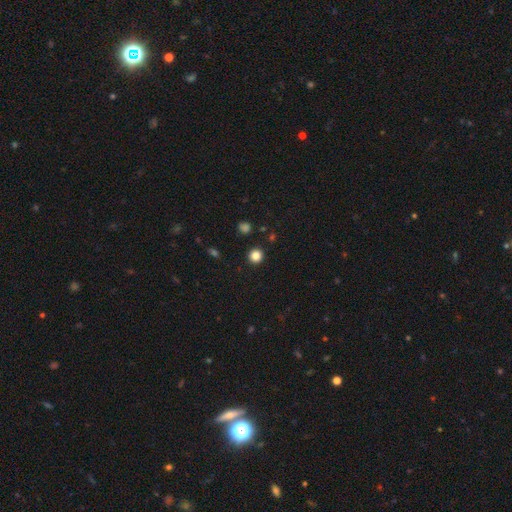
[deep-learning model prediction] Smooth or featured?
  - smooth: 84% *
  - star or artifact: 12%
  - featured or disk: 4%
How rounded?
  - round: 94% *
  - in between: 5%
  - cigar-shaped: 1%
Merging?
  - none: 92% *
  - minor disturbance: 4%
  - major disturbance: 2%
  - merger: 1%